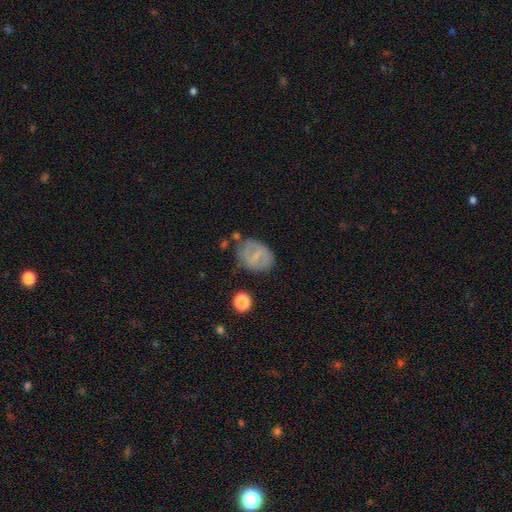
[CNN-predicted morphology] A smooth galaxy with no disk features (46%, tied with featured or disk). Merging: none (64%).